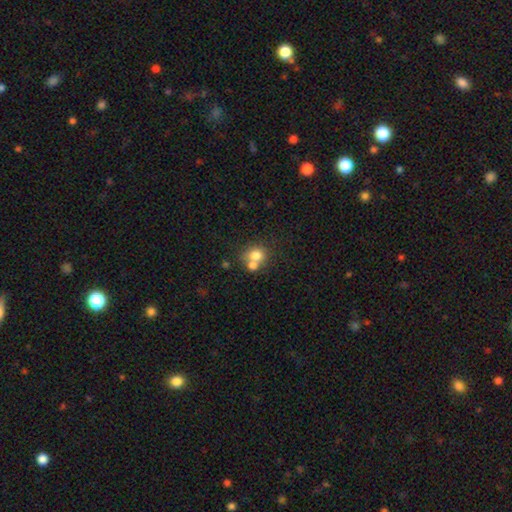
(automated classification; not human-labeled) Q: Smooth or featured?
A: smooth (75%); runner-up: featured or disk (14%)
Q: How rounded?
A: round (73%); runner-up: in between (26%)
Q: Merging?
A: merger (49%); runner-up: none (39%)